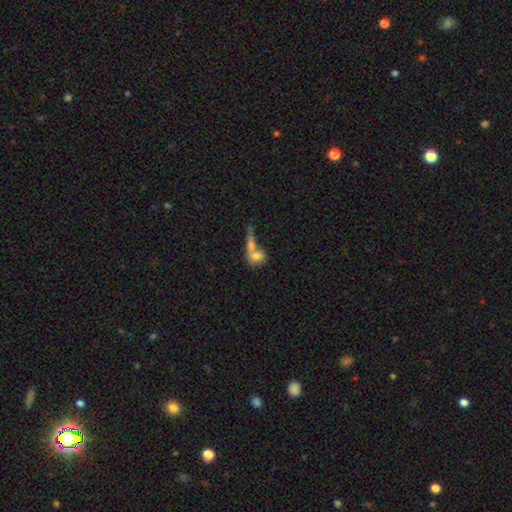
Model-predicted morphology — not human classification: This appears to be a smooth galaxy with no disk features (66%) that is in between round and cigar-shaped (51%). Merging: merger (59%).